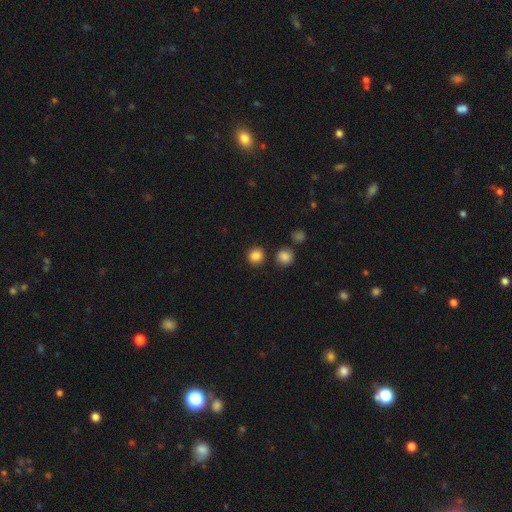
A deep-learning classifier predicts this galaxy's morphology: This appears to be a smooth galaxy with no disk features (85%) that is round (89%). Merging: none (85%).